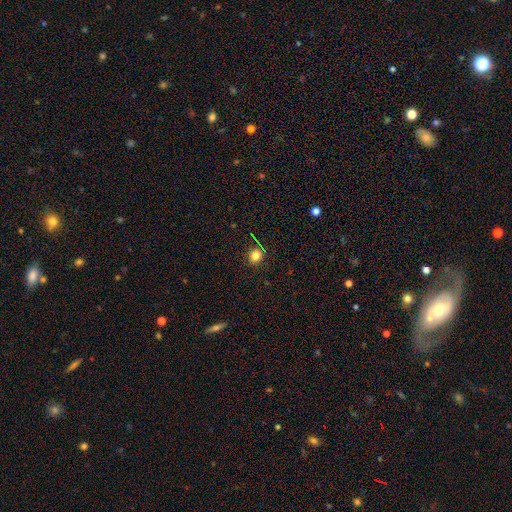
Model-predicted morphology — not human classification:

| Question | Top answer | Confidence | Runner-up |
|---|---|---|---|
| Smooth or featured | smooth | 80% | star or artifact (14%) |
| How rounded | round | 88% | in between (11%) |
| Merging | none | 90% | minor disturbance (7%) |